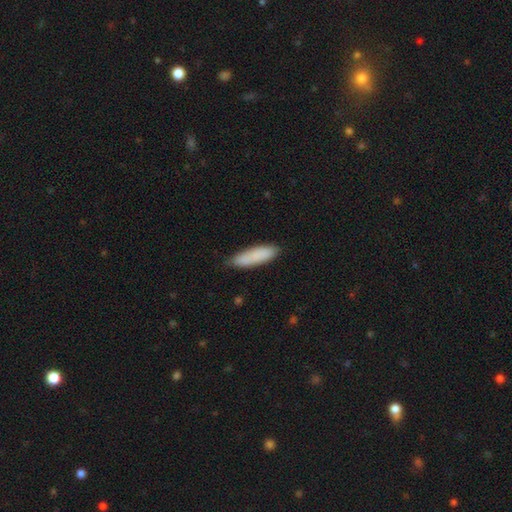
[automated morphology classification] Q: Smooth or featured?
A: smooth (85%); runner-up: featured or disk (9%)
Q: How rounded?
A: cigar-shaped (59%); runner-up: in between (39%)
Q: Merging?
A: none (79%); runner-up: minor disturbance (17%)